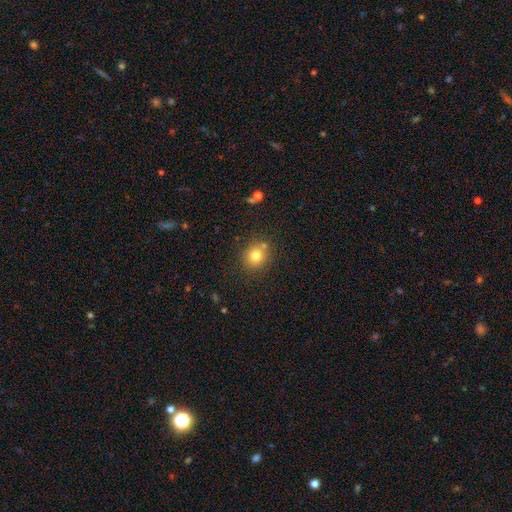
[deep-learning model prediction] Q: Smooth or featured?
A: smooth (77%); runner-up: star or artifact (13%)
Q: How rounded?
A: round (83%); runner-up: in between (16%)
Q: Merging?
A: none (75%); runner-up: minor disturbance (11%)